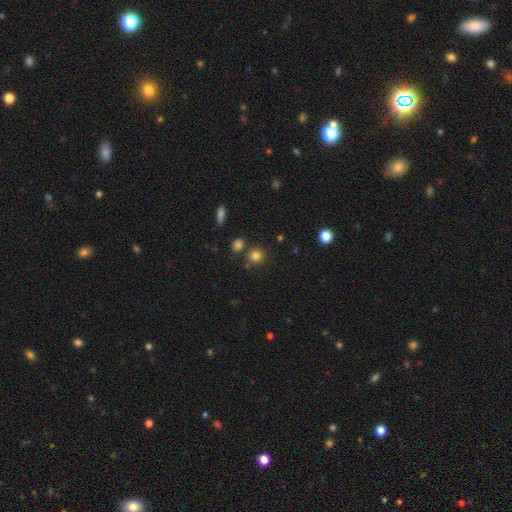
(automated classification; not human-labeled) A smooth galaxy with no disk features (81%) that is round (82%).

Vote fractions:
- Smooth or featured? smooth: 81% / star or artifact: 13% / featured or disk: 6%
- How rounded? round: 82% / in between: 17% / cigar-shaped: 1%
- Merging? none: 78% / merger: 10% / minor disturbance: 9% / major disturbance: 3%